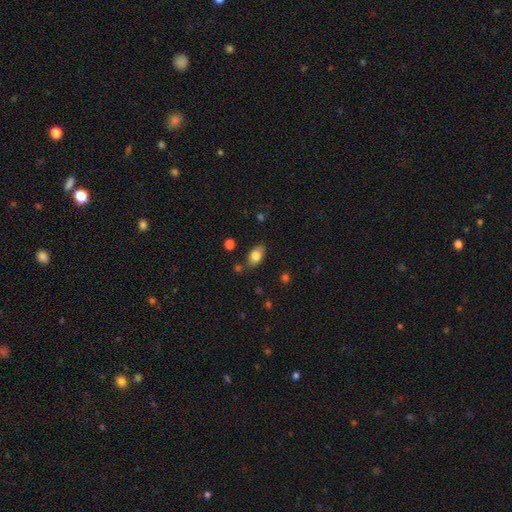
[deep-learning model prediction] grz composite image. It shows a smooth galaxy with no disk features (80%) that is in between round and cigar-shaped (88%). Merging: none (79%).